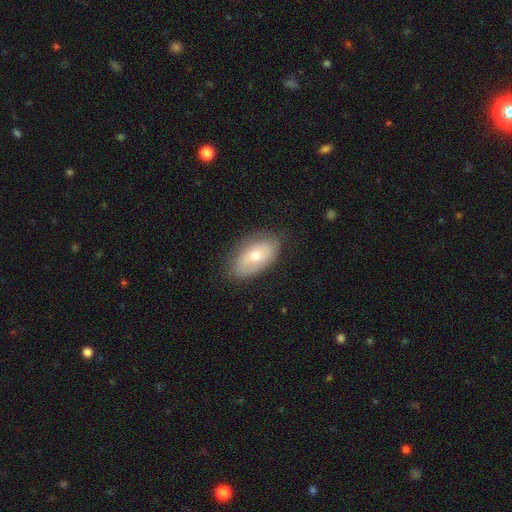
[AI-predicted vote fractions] Morphology: type=smooth (59%); roundness=in between (92%); merging=none (77%).